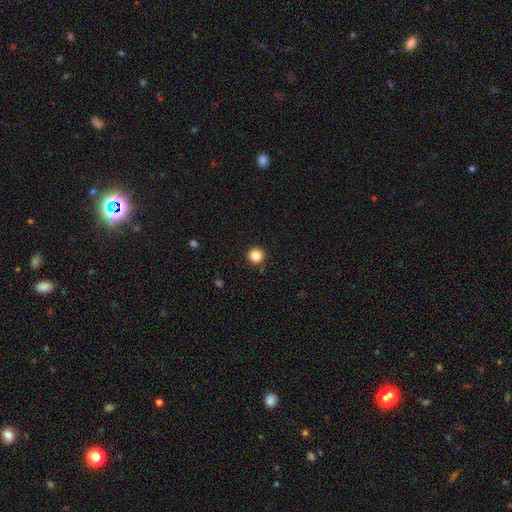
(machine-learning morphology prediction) The model was most divided on "smooth or featured": smooth: 86%, star or artifact: 11%, featured or disk: 3%. More confident: how rounded — round (95%); merging — none (91%).